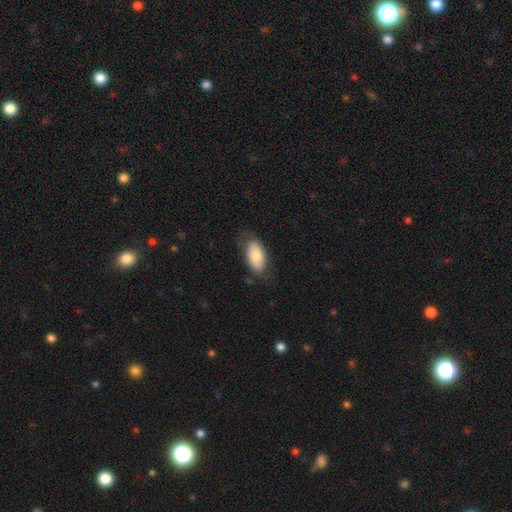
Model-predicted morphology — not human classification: Smooth or featured? Predicted: smooth (p=0.78). How rounded? Predicted: in between (p=0.93). Merging? Predicted: none (p=0.68).